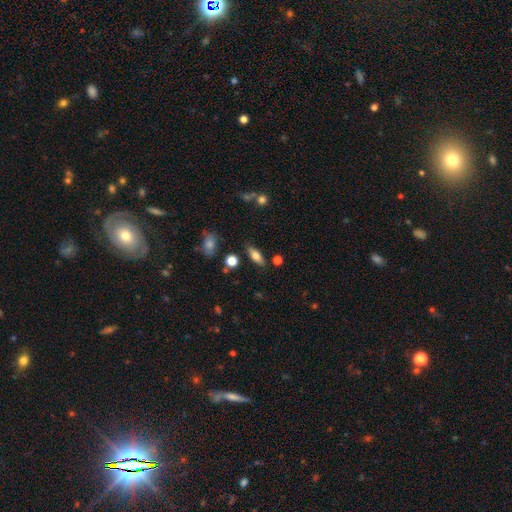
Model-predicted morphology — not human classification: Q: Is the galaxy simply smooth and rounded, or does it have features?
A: smooth — 67%.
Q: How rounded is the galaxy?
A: in between — 71%.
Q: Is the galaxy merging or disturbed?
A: none — 81%.